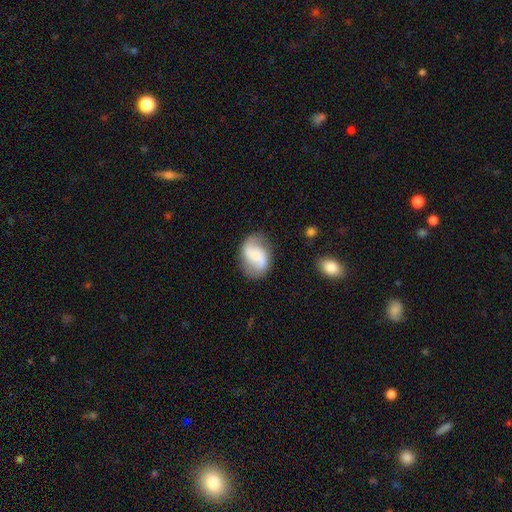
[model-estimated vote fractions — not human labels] featured or disk 69%, smooth 24%, star or artifact 7%. Down the decision tree: edge-on disk — no (98%); bar — no (50%); spiral arms — yes (94%); spiral arm count — 2 (90%); spiral winding — loose (52%); bulge size — small (42%); merging — none (74%).